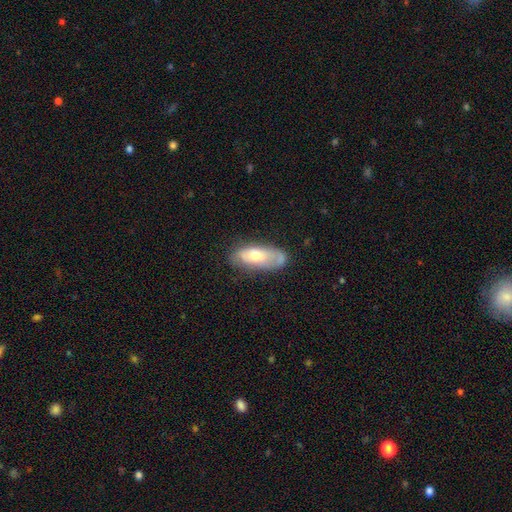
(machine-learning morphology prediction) Overall: smooth (55%; featured or disk 38%). How rounded: in between (77%). Merging: none (57%; minor disturbance 28%).